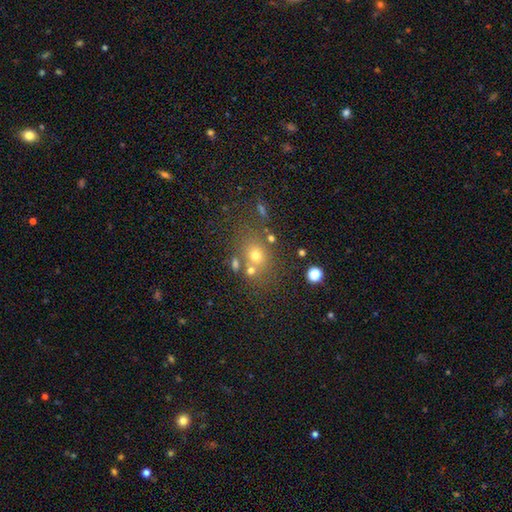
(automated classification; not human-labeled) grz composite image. It shows a smooth galaxy with no disk features (63%) that is round (61%). Merging: none (67%).